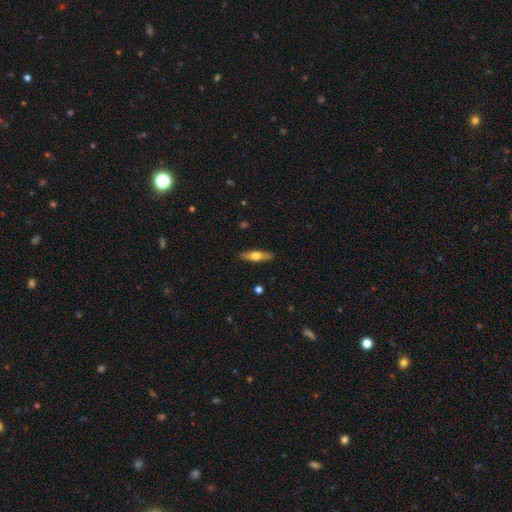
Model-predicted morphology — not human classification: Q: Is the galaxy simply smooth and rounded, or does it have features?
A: smooth — 50%.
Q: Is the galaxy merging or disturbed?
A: none — 90%.